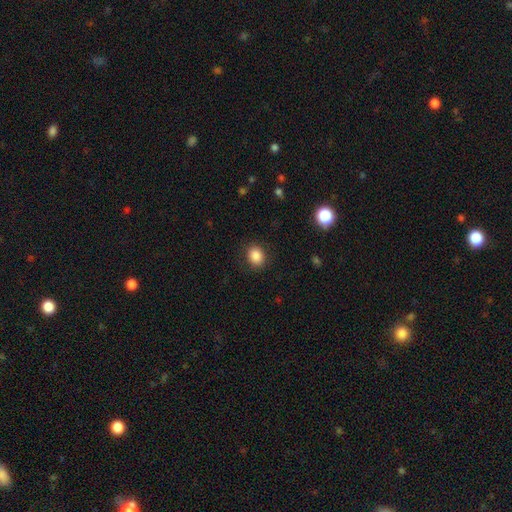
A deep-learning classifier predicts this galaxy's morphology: Smooth or featured? Predicted: smooth (p=0.87). How rounded? Predicted: round (p=0.63). Merging? Predicted: none (p=0.88).